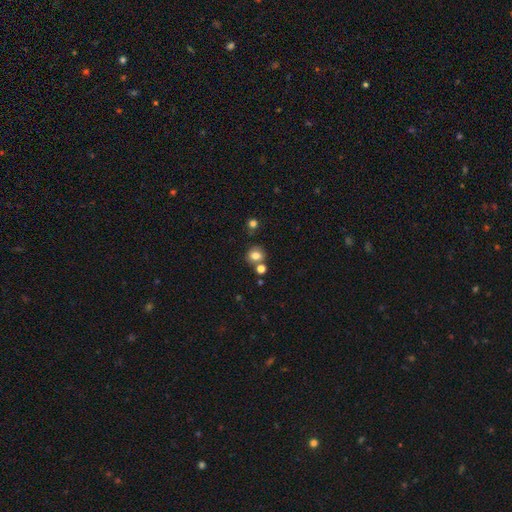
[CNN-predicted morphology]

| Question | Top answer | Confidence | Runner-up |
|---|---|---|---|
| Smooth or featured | smooth | 78% | star or artifact (12%) |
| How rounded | round | 71% | in between (28%) |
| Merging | none | 64% | merger (20%) |